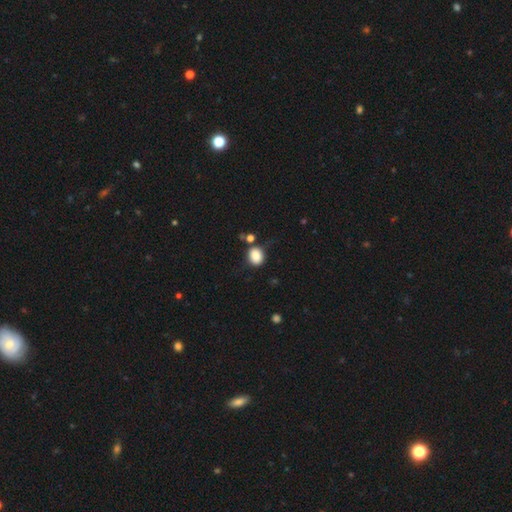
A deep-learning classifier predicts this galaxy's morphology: A smooth galaxy with no disk features (86%) that is round (59%).

Vote fractions:
- Smooth or featured? smooth: 86% / star or artifact: 9% / featured or disk: 5%
- How rounded? round: 59% / in between: 39% / cigar-shaped: 1%
- Merging? none: 69% / minor disturbance: 18% / merger: 7% / major disturbance: 6%